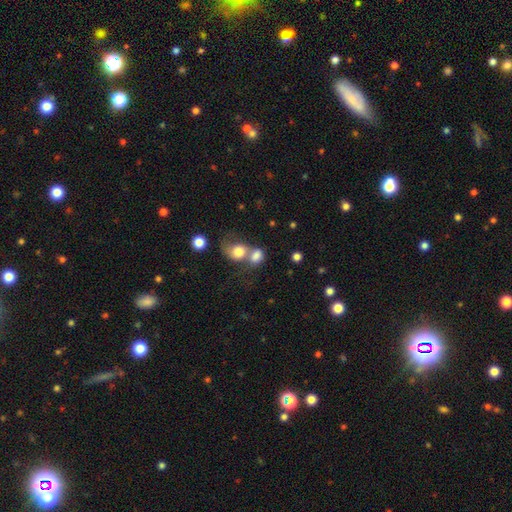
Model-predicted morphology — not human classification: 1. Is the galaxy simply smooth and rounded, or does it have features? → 76% smooth, 15% featured or disk, 10% star or artifact.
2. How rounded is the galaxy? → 55% in between, 43% round, 2% cigar-shaped.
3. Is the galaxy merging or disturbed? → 68% merger, 18% none, 7% minor disturbance, 7% major disturbance.